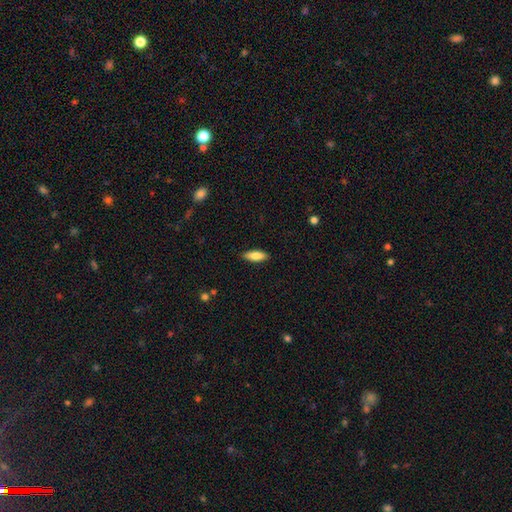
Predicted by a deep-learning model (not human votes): smooth 82%, featured or disk 12%, star or artifact 6%. Down the decision tree: how rounded — in between (70%); merging — none (88%).